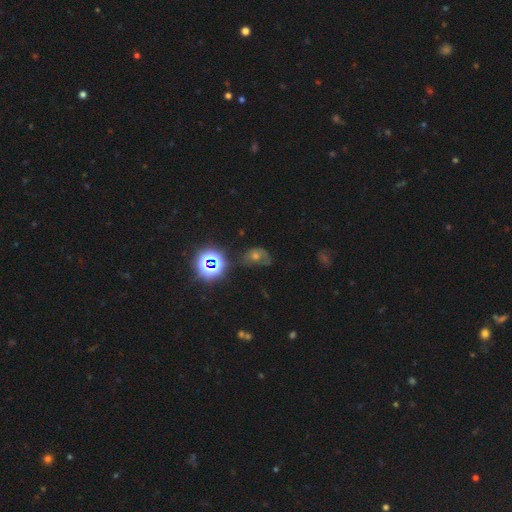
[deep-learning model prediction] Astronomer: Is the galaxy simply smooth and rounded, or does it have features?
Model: star or artifact — 44% (runner-up: smooth, 29%).